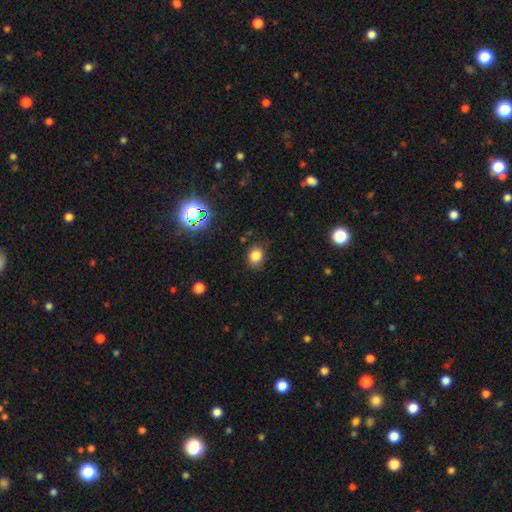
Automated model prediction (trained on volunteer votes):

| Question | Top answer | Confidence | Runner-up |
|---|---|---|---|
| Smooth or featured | smooth | 80% | star or artifact (14%) |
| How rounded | round | 59% | in between (40%) |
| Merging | none | 80% | minor disturbance (15%) |